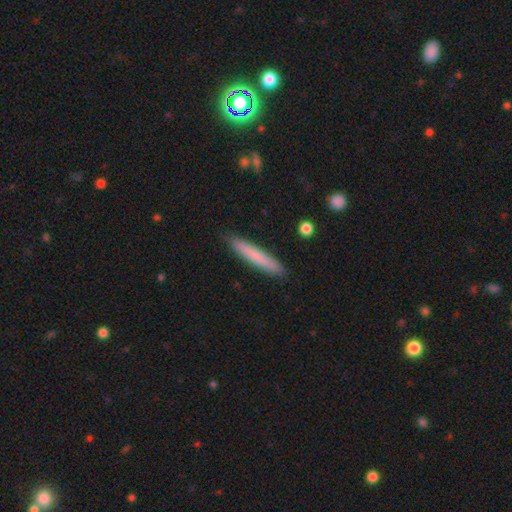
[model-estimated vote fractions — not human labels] smooth 77%, featured or disk 17%, star or artifact 6%. Down the decision tree: how rounded — cigar-shaped (95%); merging — none (90%).